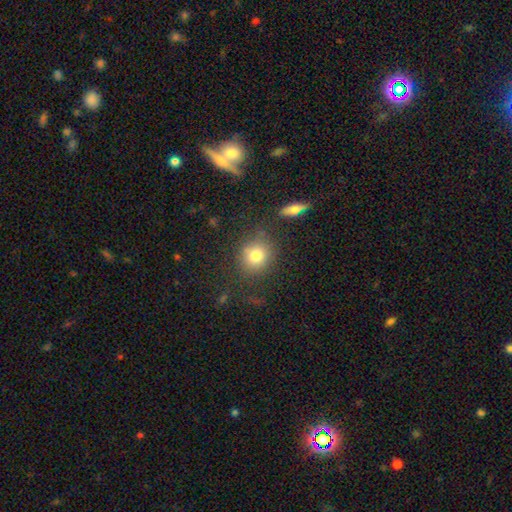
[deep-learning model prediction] Smooth or featured? Predicted: smooth (p=0.77). How rounded? Predicted: round (p=0.76). Merging? Predicted: none (p=0.74).